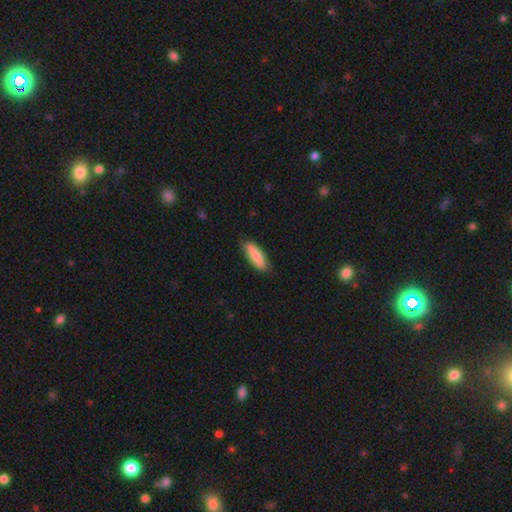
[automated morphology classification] Smooth or featured? Predicted: smooth (p=0.77). How rounded? Predicted: in between (p=0.56). Merging? Predicted: none (p=0.80).